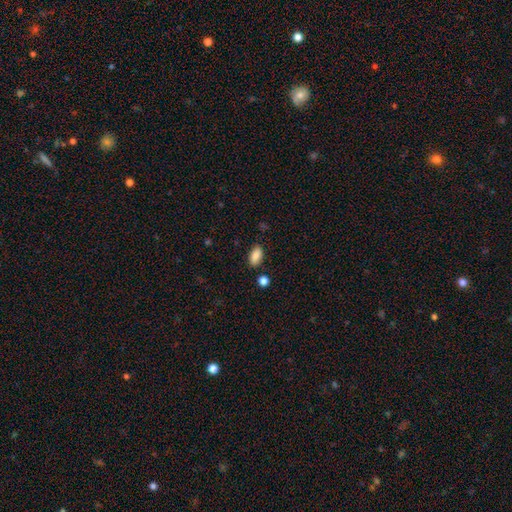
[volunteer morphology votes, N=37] This appears to be a smooth galaxy with no disk features (86%) that is in between round and cigar-shaped (97%). Merging: none (83%).